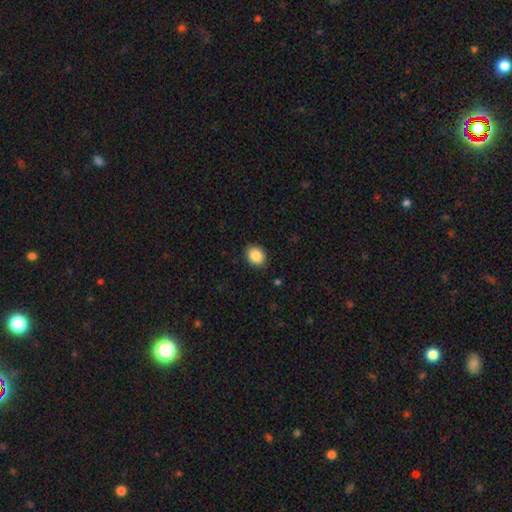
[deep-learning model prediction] Smooth or featured: smooth — 88% (star or artifact — 8%)
How rounded: in between — 53% (round — 46%)
Merging: none — 89% (minor disturbance — 8%)